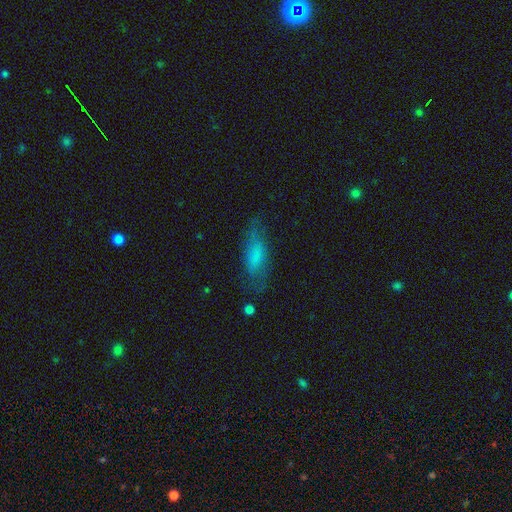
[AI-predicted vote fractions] smooth_or_featured: smooth (p=0.66) [alt: featured or disk p=0.25]
how_rounded: in between (p=0.59) [alt: cigar-shaped p=0.39]
merging: none (p=0.68) [alt: minor disturbance p=0.21]